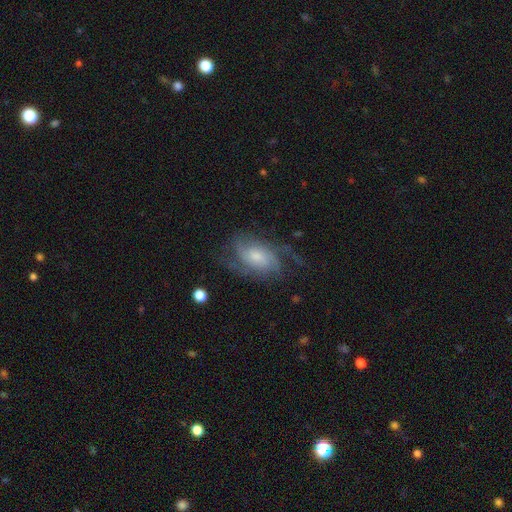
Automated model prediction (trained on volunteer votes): Morphology: type=featured or disk (77%); edge-on=no (96%); bar=no (64%); spiral arms=yes (93%); winding=medium (43%); arm count=2 (35%); bulge=small (47%); merging=none (61%).